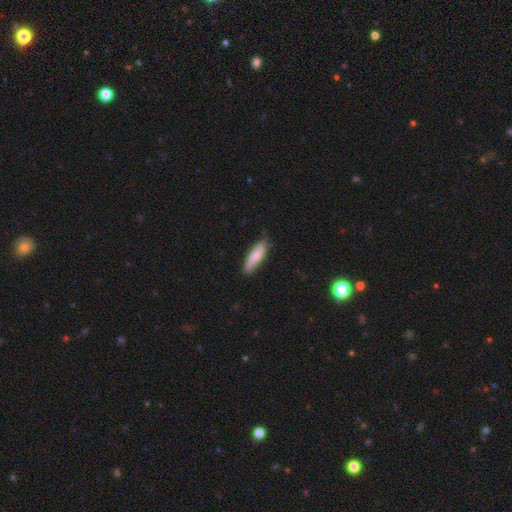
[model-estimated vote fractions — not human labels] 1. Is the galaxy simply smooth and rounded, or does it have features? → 76% smooth, 19% featured or disk, 6% star or artifact.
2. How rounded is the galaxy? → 61% cigar-shaped, 37% in between, 2% round.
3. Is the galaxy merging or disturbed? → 77% none, 19% minor disturbance, 3% major disturbance, 1% merger.